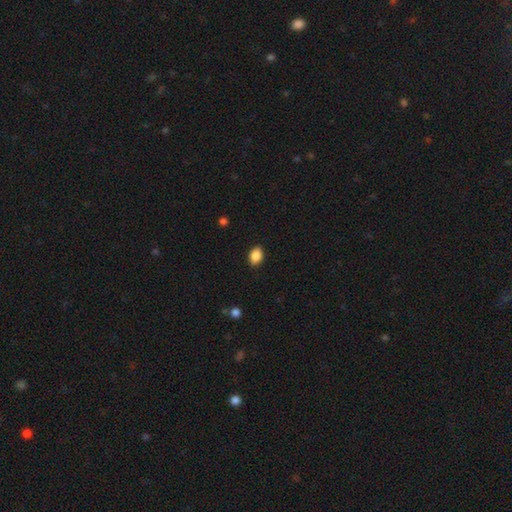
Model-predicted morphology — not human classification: Smooth or featured: smooth — 88% (star or artifact — 8%)
How rounded: in between — 82% (round — 17%)
Merging: none — 89% (minor disturbance — 8%)